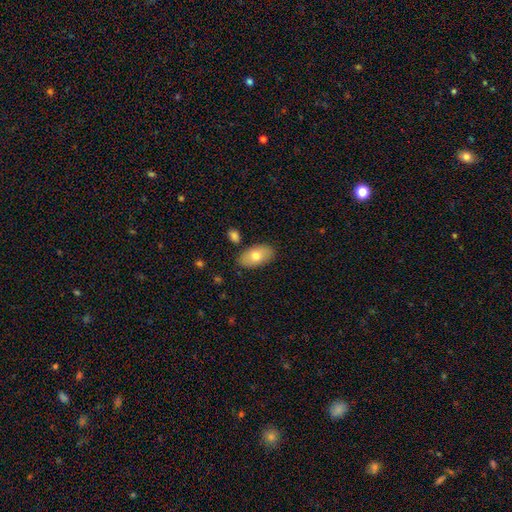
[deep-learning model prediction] Smooth or featured? Predicted: smooth (p=0.73). How rounded? Predicted: in between (p=0.94). Merging? Predicted: none (p=0.84).